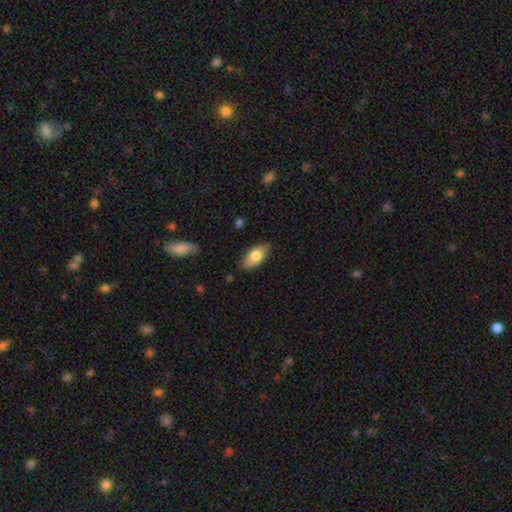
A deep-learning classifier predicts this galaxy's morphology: This is likely a smooth galaxy (77%). How rounded: clearly in between (90%). Merging: clearly none (85%).